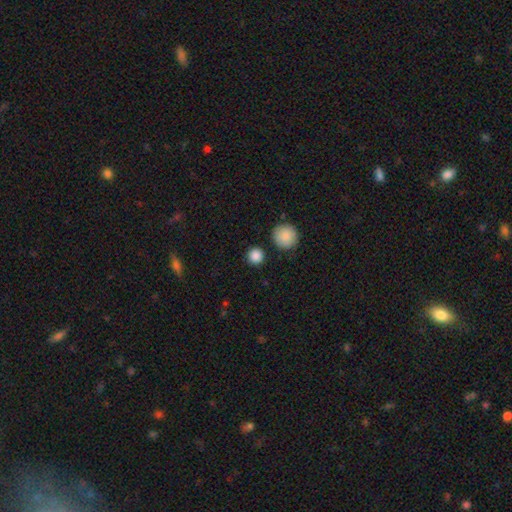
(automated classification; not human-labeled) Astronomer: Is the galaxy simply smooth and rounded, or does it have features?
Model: smooth — 86%.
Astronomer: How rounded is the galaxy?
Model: round — 94%.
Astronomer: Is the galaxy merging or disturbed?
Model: none — 88%.